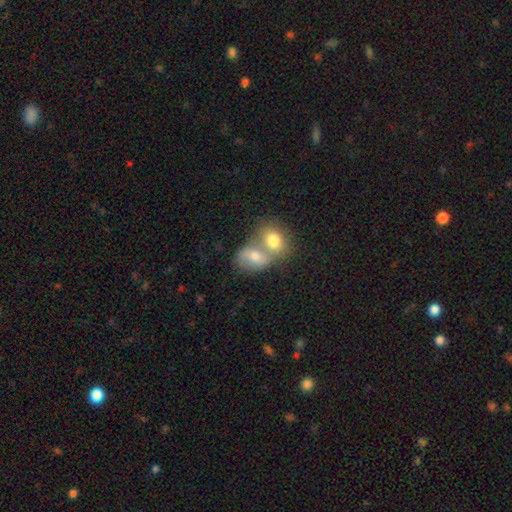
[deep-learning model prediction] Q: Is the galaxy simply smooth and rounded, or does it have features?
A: smooth — 65%.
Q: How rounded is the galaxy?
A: in between — 60%.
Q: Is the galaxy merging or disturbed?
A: merger — 70%.